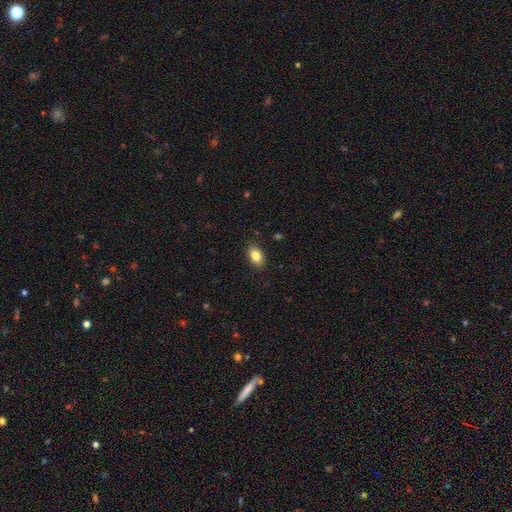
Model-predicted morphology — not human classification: This appears to be a smooth galaxy with no disk features (84%) that is in between round and cigar-shaped (88%). Merging: none (87%).